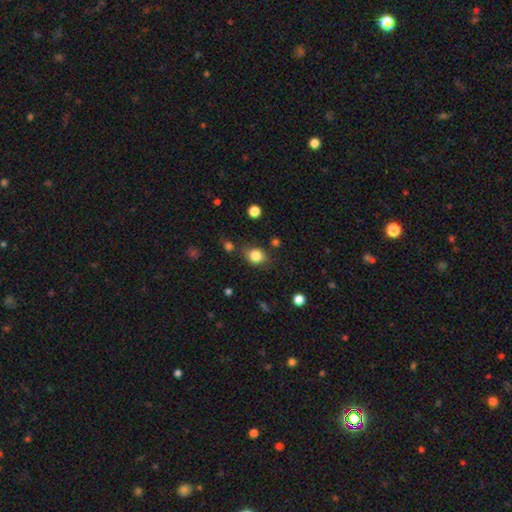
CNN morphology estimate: Smooth or featured? smooth (84%)
How rounded? round (64%)
Merging? none (75%)